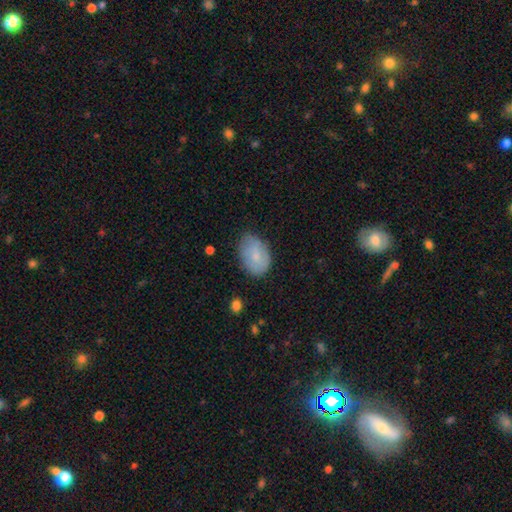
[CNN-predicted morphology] smooth 73%, featured or disk 20%, star or artifact 7%. Down the decision tree: how rounded — in between (81%); merging — none (66%).